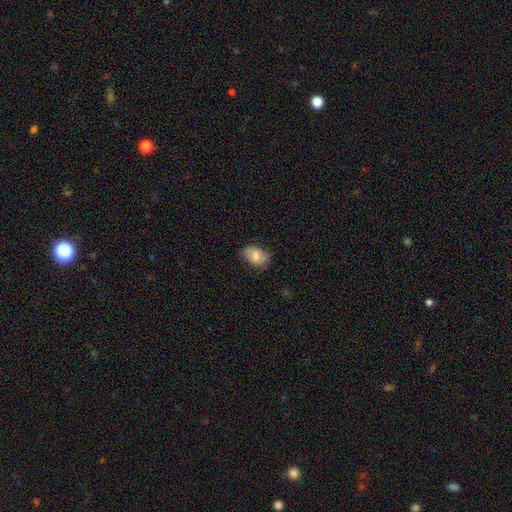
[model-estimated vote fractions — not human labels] smooth-or-featured: smooth: 68% | featured or disk: 24% | star or artifact: 8%
  how-rounded: in between: 83% | round: 15% | cigar-shaped: 1%
  merging: none: 68% | minor disturbance: 25% | major disturbance: 6% | merger: 1%